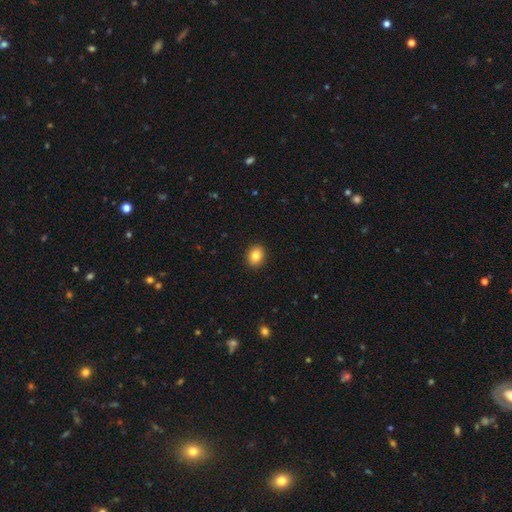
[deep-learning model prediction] The model was most divided on "how rounded": round: 64%, in between: 36%, cigar-shaped: 1%. More confident: merging — none (92%); smooth or featured — smooth (83%).